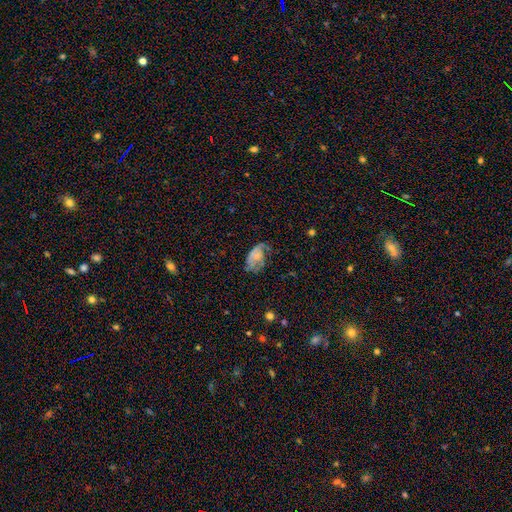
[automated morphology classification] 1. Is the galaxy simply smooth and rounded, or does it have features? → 50% smooth, 41% featured or disk, 9% star or artifact.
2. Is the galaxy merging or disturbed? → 35% none, 34% minor disturbance, 28% major disturbance, 3% merger.